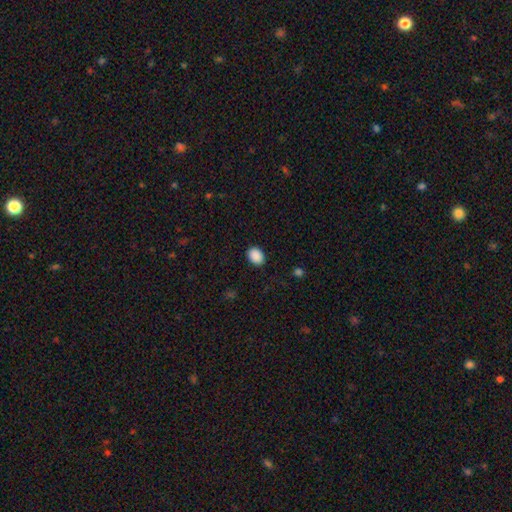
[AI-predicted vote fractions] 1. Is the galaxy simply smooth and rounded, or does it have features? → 90% smooth, 8% star or artifact, 2% featured or disk.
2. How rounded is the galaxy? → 66% in between, 33% round, 1% cigar-shaped.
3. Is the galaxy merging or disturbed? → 88% none, 9% minor disturbance, 2% major disturbance, 1% merger.